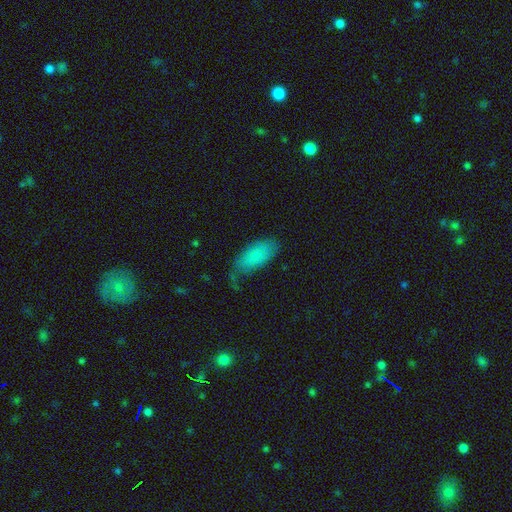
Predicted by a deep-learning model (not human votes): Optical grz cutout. It shows a smooth galaxy with no disk features (81%) that is in between round and cigar-shaped (89%). Merging: none (52%).